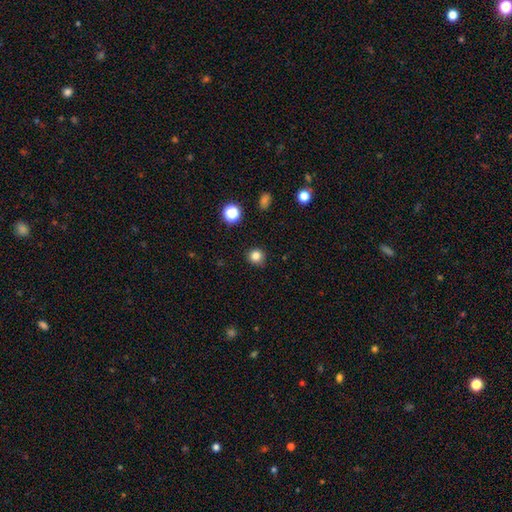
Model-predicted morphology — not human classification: Smooth or featured? smooth (82%)
How rounded? round (90%)
Merging? none (89%)